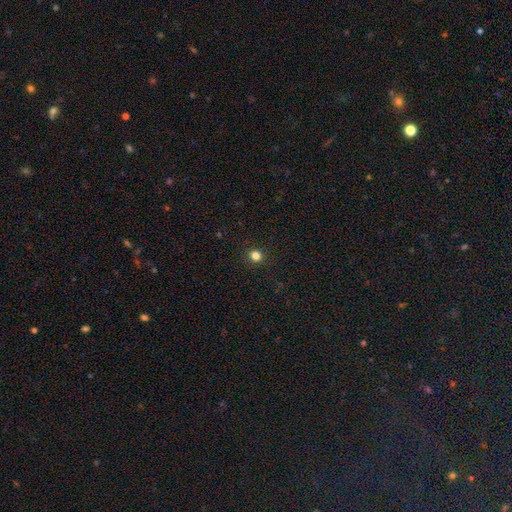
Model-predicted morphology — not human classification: The model was most divided on "smooth or featured": smooth: 81%, star or artifact: 15%, featured or disk: 4%. More confident: merging — none (91%); how rounded — round (88%).